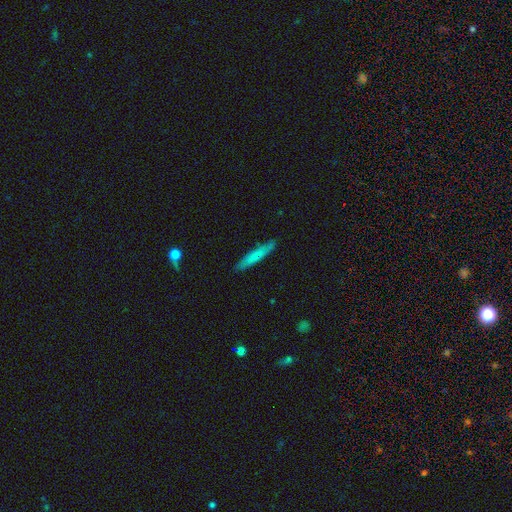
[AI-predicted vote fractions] smooth-or-featured: smooth: 70% | featured or disk: 25% | star or artifact: 6%
  how-rounded: cigar-shaped: 93% | in between: 6% | round: 1%
  merging: none: 85% | minor disturbance: 11% | major disturbance: 2% | merger: 2%